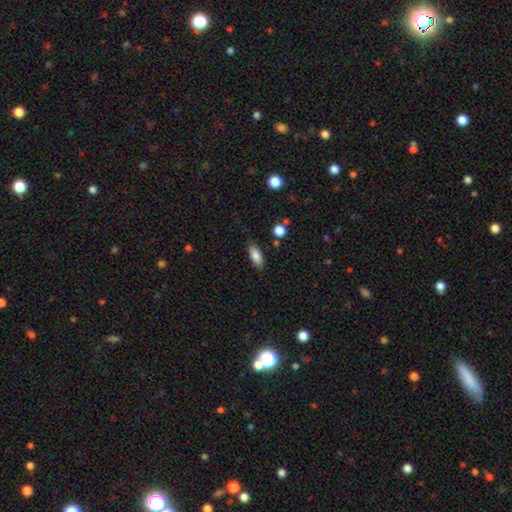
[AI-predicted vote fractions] This is clearly a smooth galaxy (81%). How rounded: likely in between (80%). Merging: clearly none (83%).